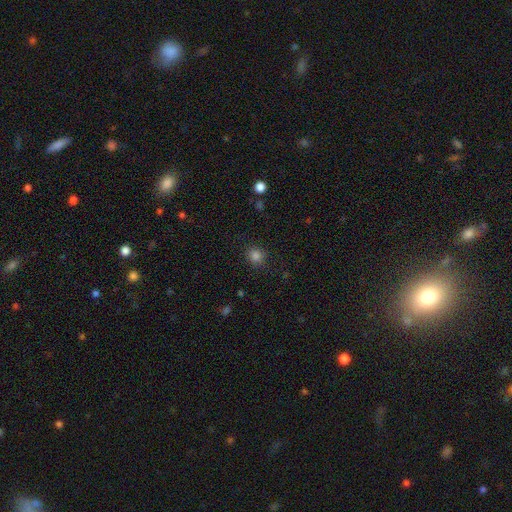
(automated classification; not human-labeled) Morphology: type=smooth (83%); roundness=round (84%); merging=none (87%).